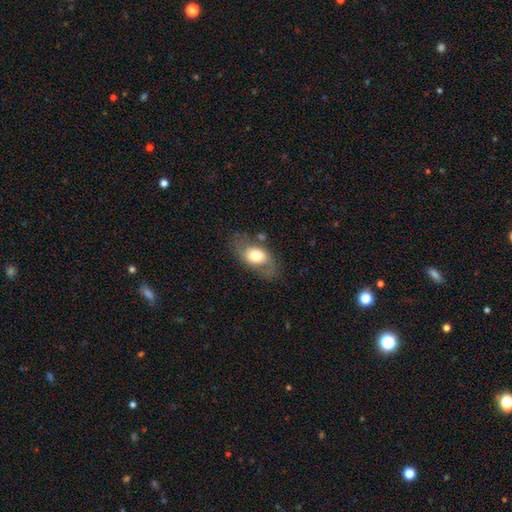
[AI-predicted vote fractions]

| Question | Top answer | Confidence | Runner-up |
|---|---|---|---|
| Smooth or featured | smooth | 60% | featured or disk (33%) |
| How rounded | in between | 85% | round (13%) |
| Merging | none | 67% | minor disturbance (20%) |